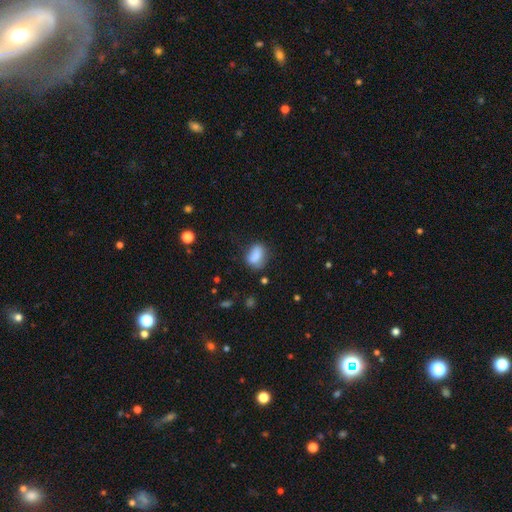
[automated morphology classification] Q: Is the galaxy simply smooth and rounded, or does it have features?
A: smooth — 84%.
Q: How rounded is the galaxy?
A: in between — 80%.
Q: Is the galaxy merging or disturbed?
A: none — 64%.